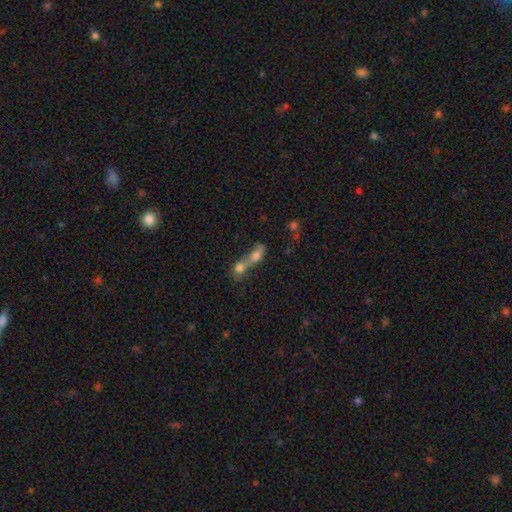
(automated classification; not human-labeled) A smooth galaxy with no disk features (64%) that is in between round and cigar-shaped (56%).

Vote fractions:
- Smooth or featured? smooth: 64% / featured or disk: 24% / star or artifact: 12%
- How rounded? in between: 56% / round: 29% / cigar-shaped: 14%
- Merging? merger: 80% / none: 11% / major disturbance: 5% / minor disturbance: 4%